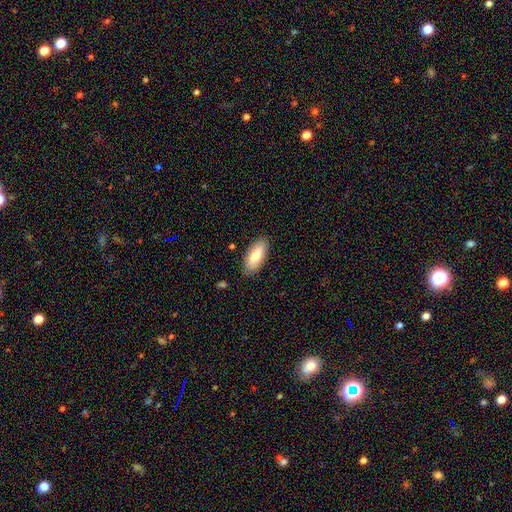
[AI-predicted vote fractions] smooth-or-featured: smooth: 76% | featured or disk: 17% | star or artifact: 6%
  how-rounded: in between: 82% | cigar-shaped: 17% | round: 2%
  merging: none: 87% | minor disturbance: 10% | major disturbance: 2% | merger: 1%